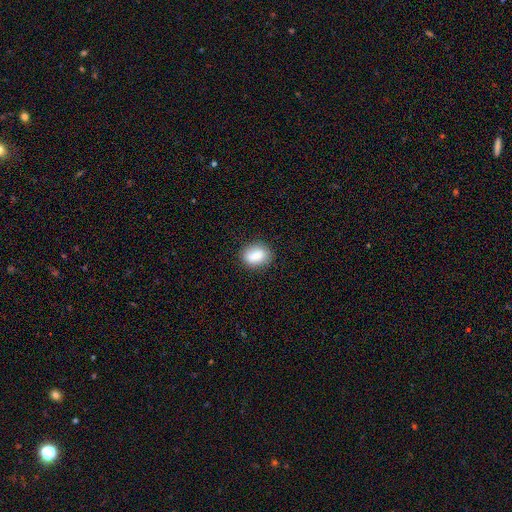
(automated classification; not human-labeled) Smooth or featured? smooth (86%)
How rounded? in between (71%)
Merging? none (83%)